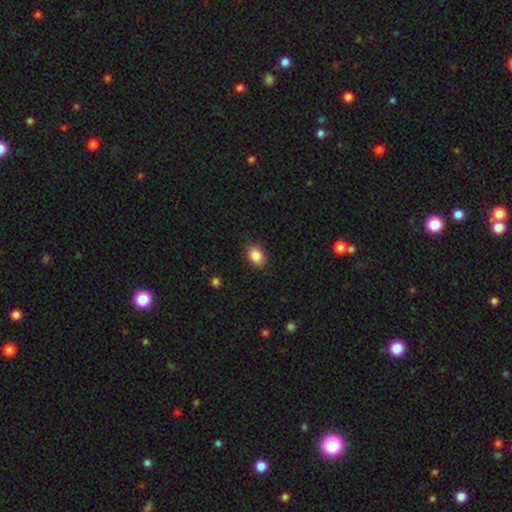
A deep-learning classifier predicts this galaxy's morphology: A smooth galaxy with no disk features (86%) that is in between round and cigar-shaped (71%). Merging: none (87%).